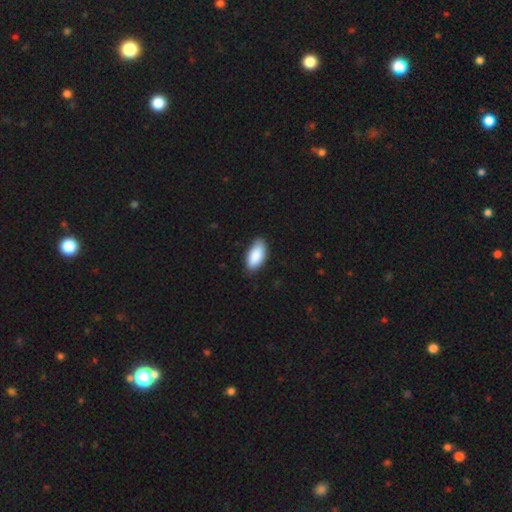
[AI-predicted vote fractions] Smooth or featured: smooth — 89% (star or artifact — 6%)
How rounded: in between — 93% (cigar-shaped — 5%)
Merging: none — 82% (minor disturbance — 15%)